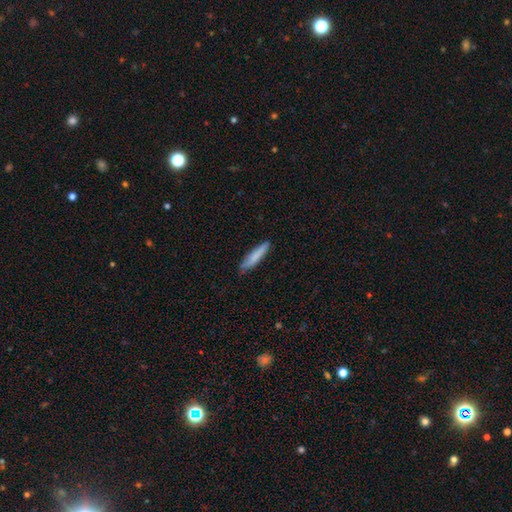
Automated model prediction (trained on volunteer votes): Morphology: type=smooth (79%); roundness=cigar-shaped (89%); merging=none (82%).